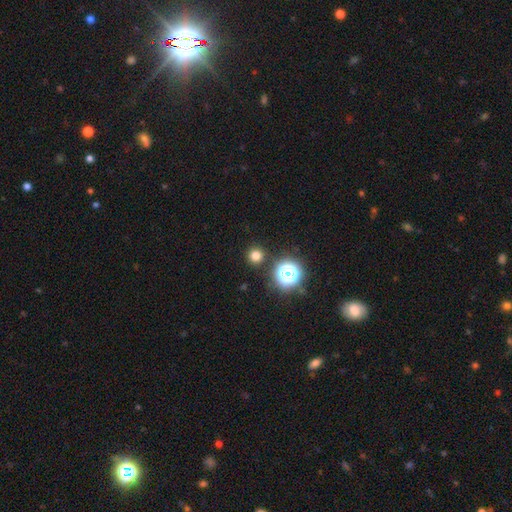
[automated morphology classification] This appears to be a smooth galaxy with no disk features (75%) that is round (95%). Merging: none (90%).